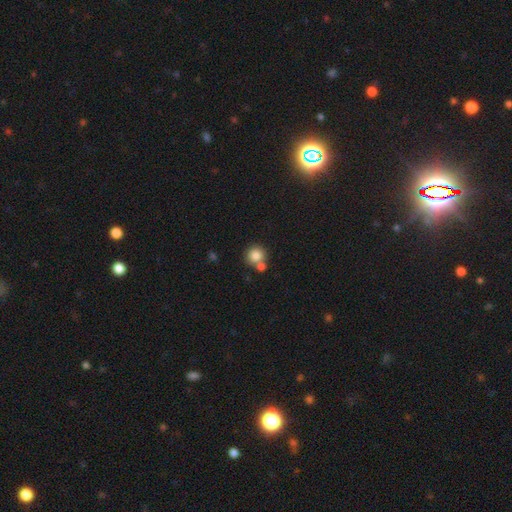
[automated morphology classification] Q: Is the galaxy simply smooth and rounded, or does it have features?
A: smooth — 83%.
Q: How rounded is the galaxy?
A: round — 91%.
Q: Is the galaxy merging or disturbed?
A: none — 58%.